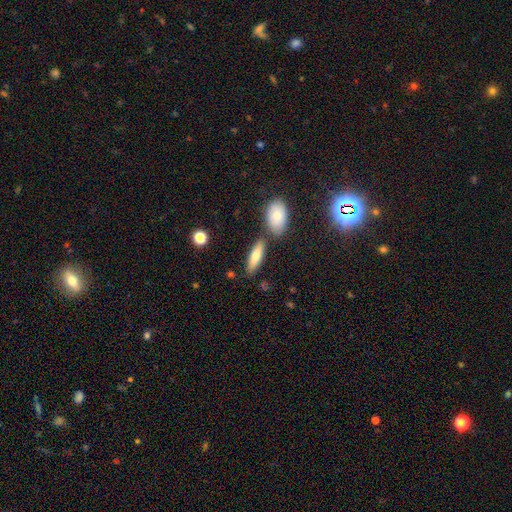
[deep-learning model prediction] Q: Smooth or featured?
A: smooth (75%); runner-up: featured or disk (19%)
Q: How rounded?
A: in between (51%); runner-up: cigar-shaped (47%)
Q: Merging?
A: none (72%); runner-up: merger (14%)